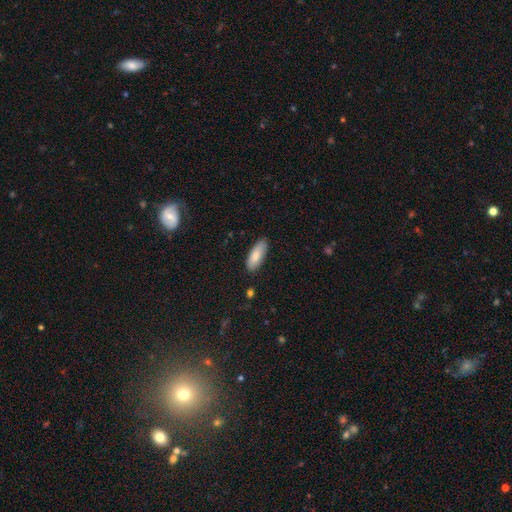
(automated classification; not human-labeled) This is clearly a smooth galaxy (85%). How rounded: likely in between (72%). Merging: clearly none (84%).